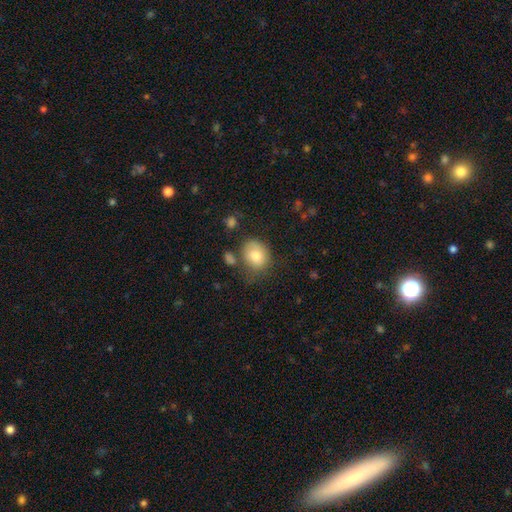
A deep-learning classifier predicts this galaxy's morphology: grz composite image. It shows a smooth galaxy with no disk features (79%) that is round (53%). Merging: none (55%).